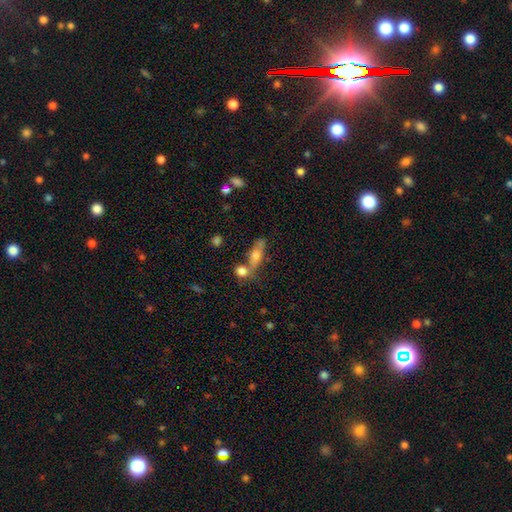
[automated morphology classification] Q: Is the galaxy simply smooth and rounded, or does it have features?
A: smooth — 55%.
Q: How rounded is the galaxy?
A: in between — 47%.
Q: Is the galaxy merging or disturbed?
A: none — 51%.